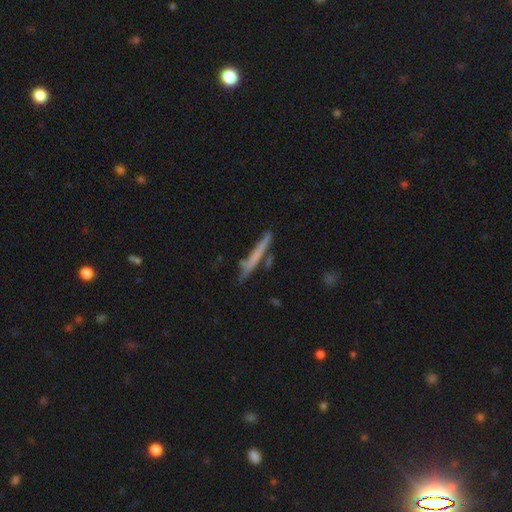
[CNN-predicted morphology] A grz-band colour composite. It shows a smooth galaxy with no disk features (55%) that is cigar-shaped (96%). Merging: none (78%).